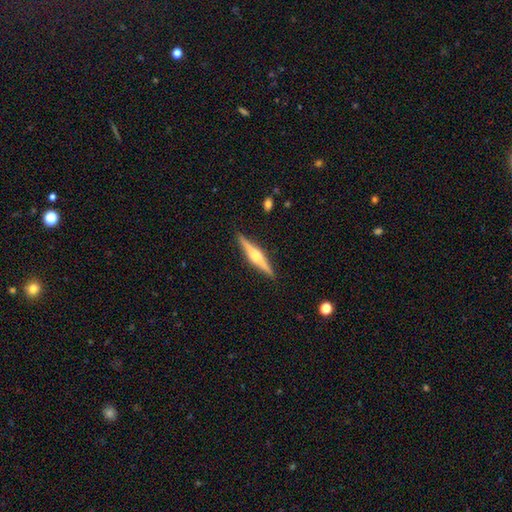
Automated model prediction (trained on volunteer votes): Smooth or featured? Predicted: featured or disk (p=0.74). Edge-on disk? Predicted: yes (p=0.98). Edge-on bulge? Predicted: rounded (p=0.91). Merging? Predicted: none (p=0.90).